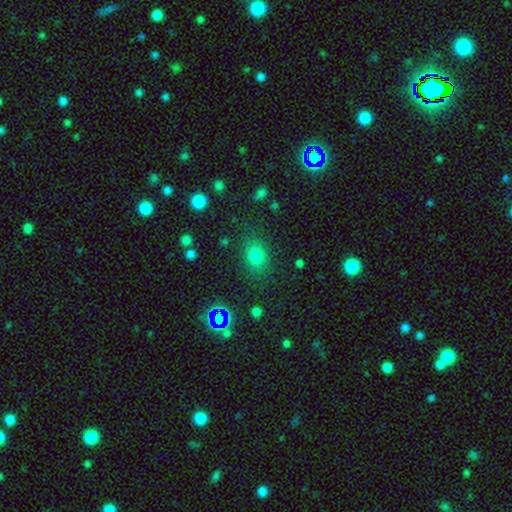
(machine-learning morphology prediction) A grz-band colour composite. It shows a smooth galaxy with no disk features (76%) that is in between round and cigar-shaped (56%). Merging: none (80%).